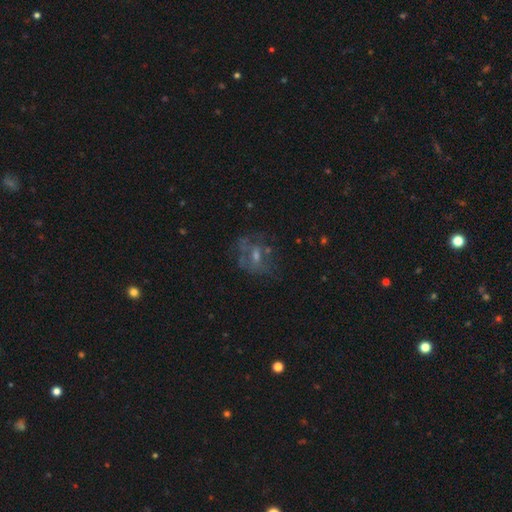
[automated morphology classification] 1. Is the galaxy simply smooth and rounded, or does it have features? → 54% featured or disk, 25% smooth, 21% star or artifact.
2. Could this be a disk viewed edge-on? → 96% no, 4% yes.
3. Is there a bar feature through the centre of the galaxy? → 65% no, 29% weak, 7% strong.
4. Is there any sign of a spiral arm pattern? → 66% no, 34% yes.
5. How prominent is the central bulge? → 44% small, 36% moderate, 16% none, 3% large, 1% dominant.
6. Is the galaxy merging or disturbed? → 53% none, 23% major disturbance, 19% minor disturbance, 4% merger.